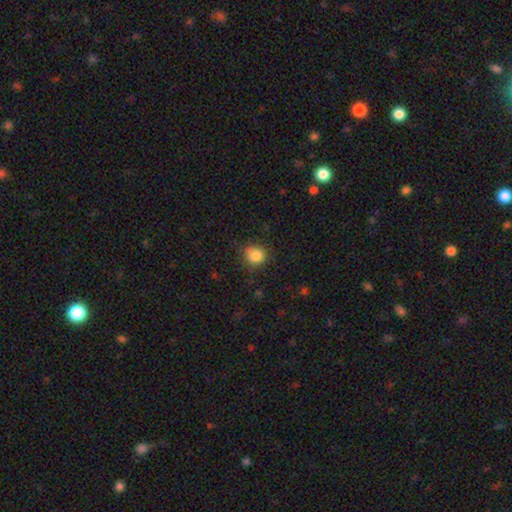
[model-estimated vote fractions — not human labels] This appears to be a smooth galaxy with no disk features (83%) that is round (88%). Merging: none (78%).